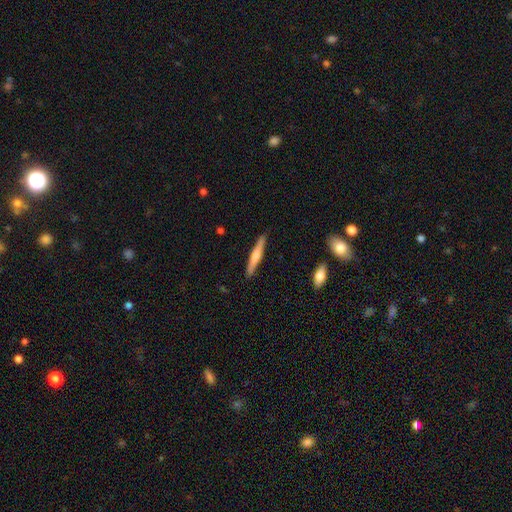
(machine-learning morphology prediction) Smooth or featured? smooth (51%)
How rounded? cigar-shaped (93%)
Merging? none (90%)